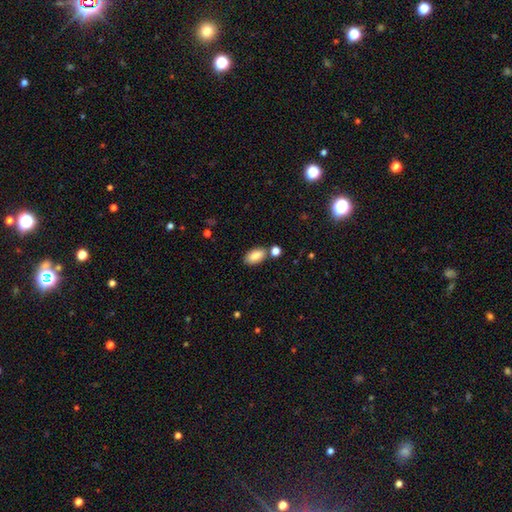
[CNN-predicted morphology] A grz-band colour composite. It shows a smooth galaxy with no disk features (86%) that is in between round and cigar-shaped (93%). Merging: none (75%).